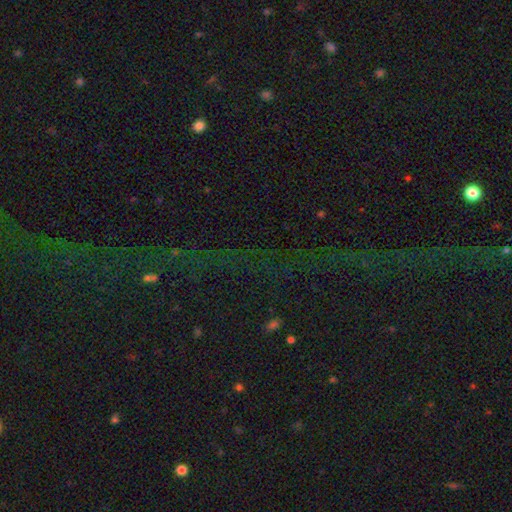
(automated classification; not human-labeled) The model was most divided on "smooth or featured": star or artifact: 76%, featured or disk: 13%, smooth: 11%.